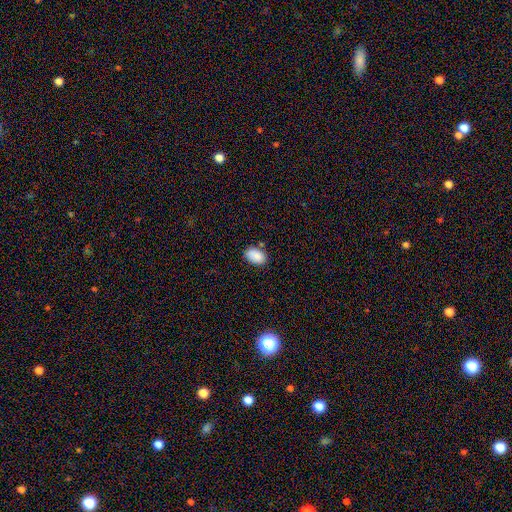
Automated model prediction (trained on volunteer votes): Smooth or featured? Predicted: smooth (p=0.89). How rounded? Predicted: in between (p=0.89). Merging? Predicted: none (p=0.80).